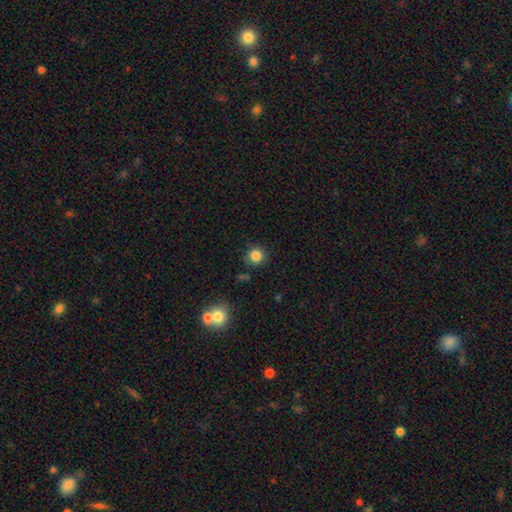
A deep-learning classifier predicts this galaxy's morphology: smooth_or_featured: smooth (p=0.85) [alt: star or artifact p=0.11]
how_rounded: round (p=0.92) [alt: in between p=0.07]
merging: none (p=0.85) [alt: minor disturbance p=0.09]